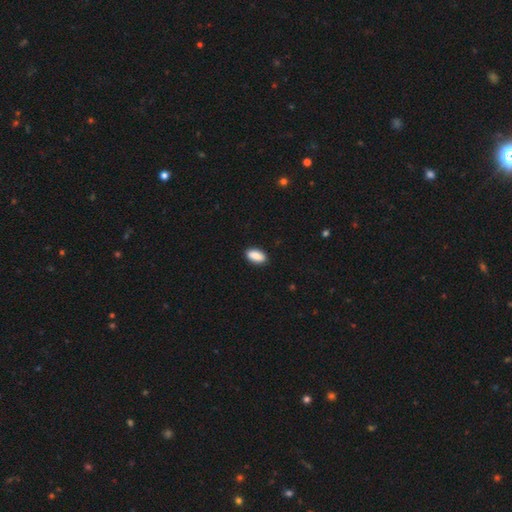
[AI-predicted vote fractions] A smooth galaxy with no disk features (90%) that is in between round and cigar-shaped (93%).

Vote fractions:
- Smooth or featured? smooth: 90% / star or artifact: 6% / featured or disk: 4%
- How rounded? in between: 93% / cigar-shaped: 5% / round: 3%
- Merging? none: 89% / minor disturbance: 8% / major disturbance: 2% / merger: 1%